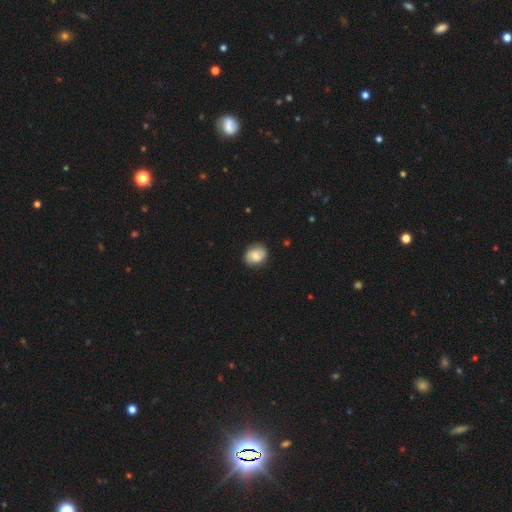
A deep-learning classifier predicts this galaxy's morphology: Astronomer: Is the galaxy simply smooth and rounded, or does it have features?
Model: smooth — 68%.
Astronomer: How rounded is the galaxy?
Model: round — 51% (runner-up: in between, 48%).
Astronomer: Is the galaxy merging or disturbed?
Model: none — 84%.